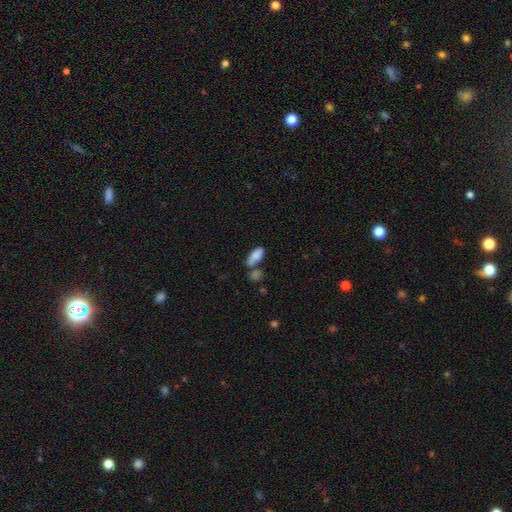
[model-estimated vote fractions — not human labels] Smooth or featured?
  - smooth: 81% *
  - featured or disk: 12%
  - star or artifact: 7%
How rounded?
  - in between: 88% *
  - cigar-shaped: 9%
  - round: 3%
Merging?
  - none: 46% *
  - merger: 33%
  - minor disturbance: 15%
  - major disturbance: 6%